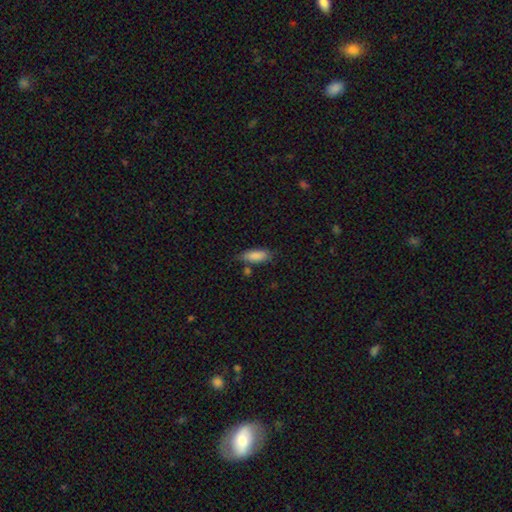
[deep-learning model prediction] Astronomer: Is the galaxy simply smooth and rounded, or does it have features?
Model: smooth — 87%.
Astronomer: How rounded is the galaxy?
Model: in between — 72%.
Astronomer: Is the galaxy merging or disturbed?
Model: none — 67%.